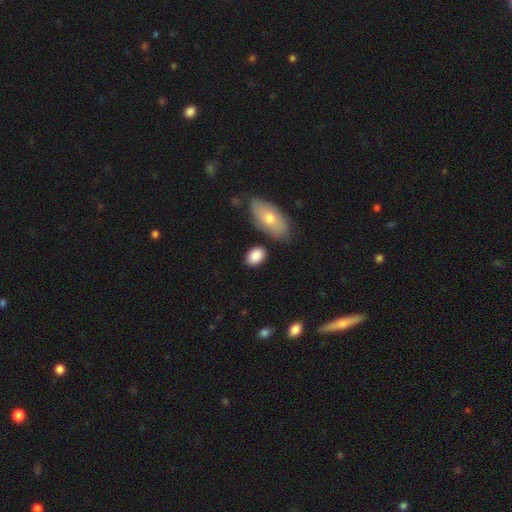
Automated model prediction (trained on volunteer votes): A smooth galaxy with no disk features (87%) that is in between round and cigar-shaped (84%).

Vote fractions:
- Smooth or featured? smooth: 87% / featured or disk: 7% / star or artifact: 6%
- How rounded? in between: 84% / round: 14% / cigar-shaped: 2%
- Merging? none: 78% / minor disturbance: 13% / merger: 6% / major disturbance: 3%